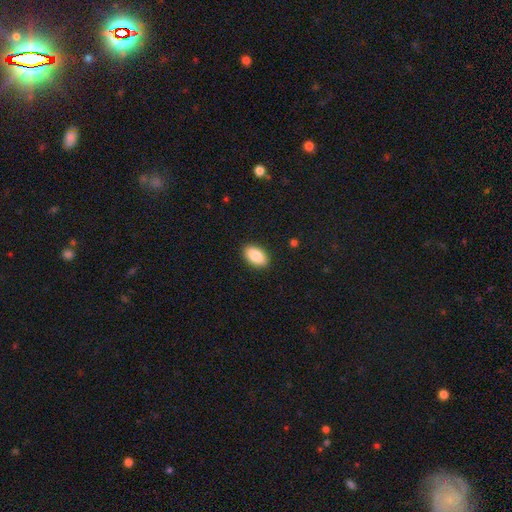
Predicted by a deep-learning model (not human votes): smooth 88%, star or artifact 7%, featured or disk 5%. Down the decision tree: how rounded — in between (93%); merging — none (90%).